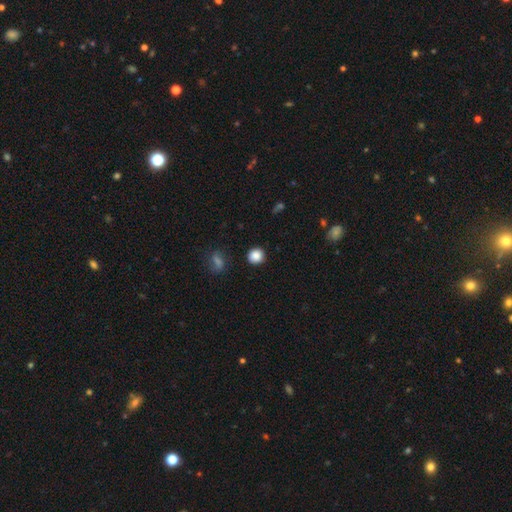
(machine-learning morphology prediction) smooth-or-featured: smooth: 87% | star or artifact: 10% | featured or disk: 3%
  how-rounded: round: 91% | in between: 8% | cigar-shaped: 1%
  merging: none: 90% | minor disturbance: 6% | major disturbance: 2% | merger: 2%